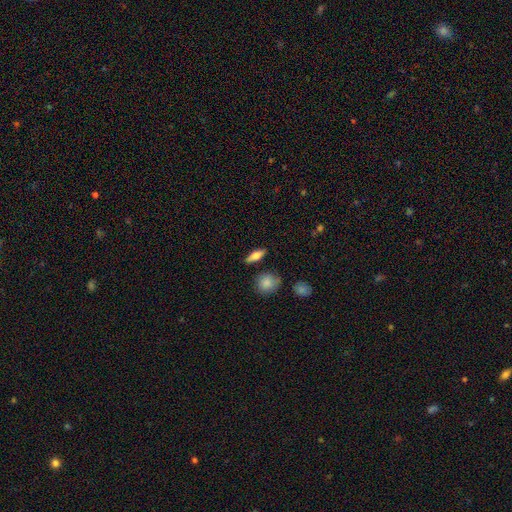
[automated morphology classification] type=smooth (63%); roundness=in between (61%); merging=none (84%).